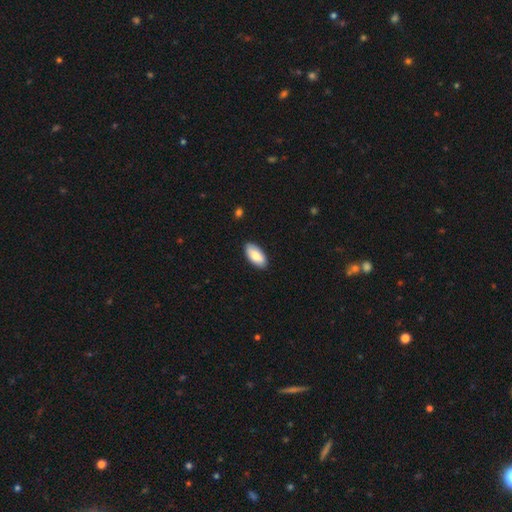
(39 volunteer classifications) Smooth or featured: smooth — 82% (featured or disk — 13%)
How rounded: in between — 88% (cigar-shaped — 9%)
Merging: none — 95% (minor disturbance — 5%)